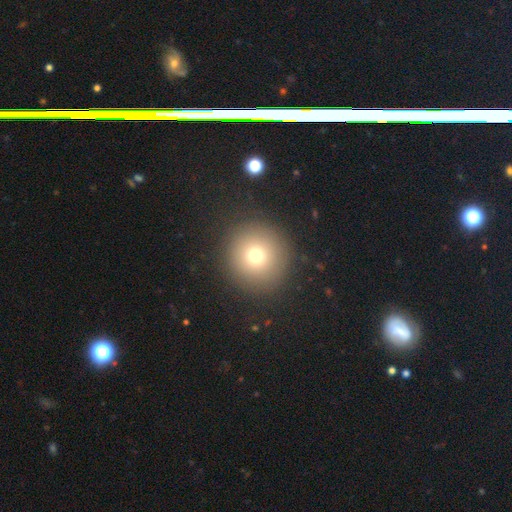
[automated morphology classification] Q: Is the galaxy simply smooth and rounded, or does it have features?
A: smooth — 73%.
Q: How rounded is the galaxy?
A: round — 95%.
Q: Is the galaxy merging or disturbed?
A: none — 89%.